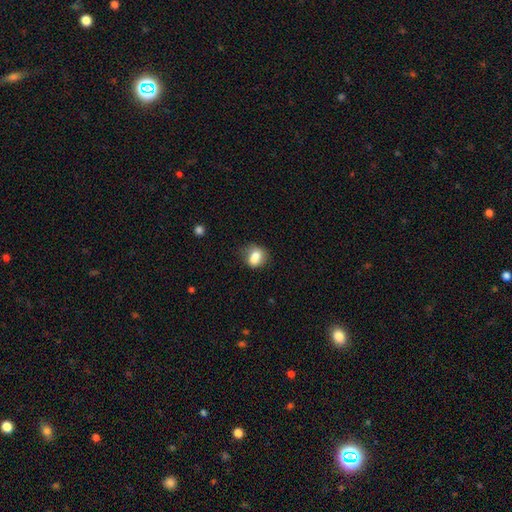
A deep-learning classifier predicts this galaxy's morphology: smooth_or_featured: smooth (p=0.78) [alt: featured or disk p=0.12]
how_rounded: in between (p=0.50) [alt: round p=0.48]
merging: none (p=0.50) [alt: minor disturbance p=0.25]